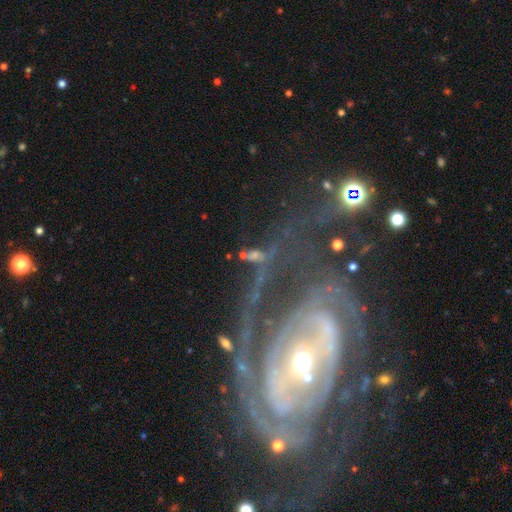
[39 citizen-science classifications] Smooth or featured? 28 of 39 (72%) said featured or disk. Edge-on disk? 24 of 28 (86%) said no. Bar? 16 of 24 (67%) said no. Spiral arms? 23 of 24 (96%) said yes. Spiral winding? 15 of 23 (65%) said tight. Spiral arm count? 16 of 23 (70%) said 2. Bulge size? 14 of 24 (58%) said moderate. Merging? 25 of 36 (69%) said none.